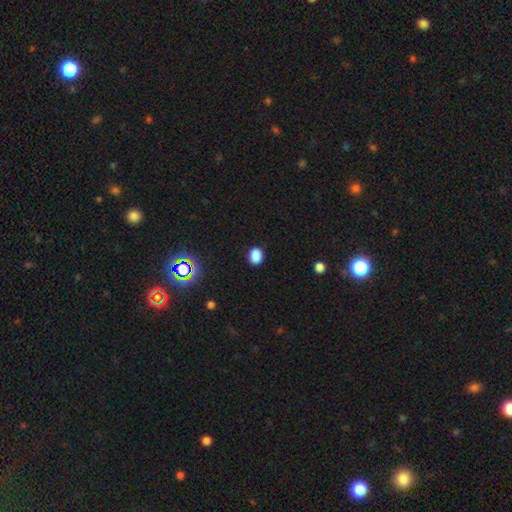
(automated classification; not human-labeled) smooth 84%, star or artifact 12%, featured or disk 4%. Down the decision tree: how rounded — in between (49%, tied with round); merging — none (85%).